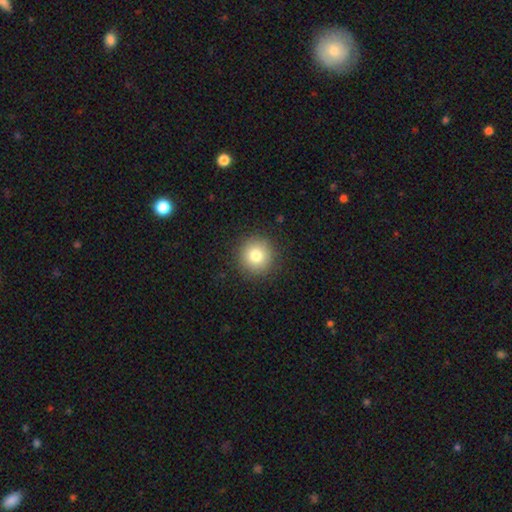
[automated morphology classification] type=smooth (80%); roundness=round (95%); merging=none (91%).